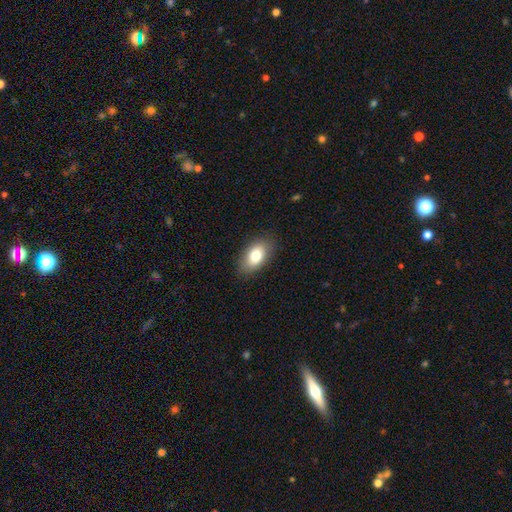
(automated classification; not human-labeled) Smooth or featured? smooth (78%)
How rounded? in between (91%)
Merging? none (85%)